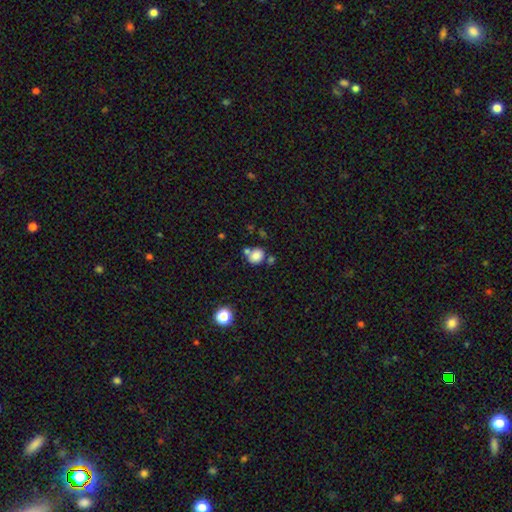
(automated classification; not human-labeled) Smooth or featured? Predicted: smooth (p=0.82). How rounded? Predicted: round (p=0.58). Merging? Predicted: none (p=0.59).